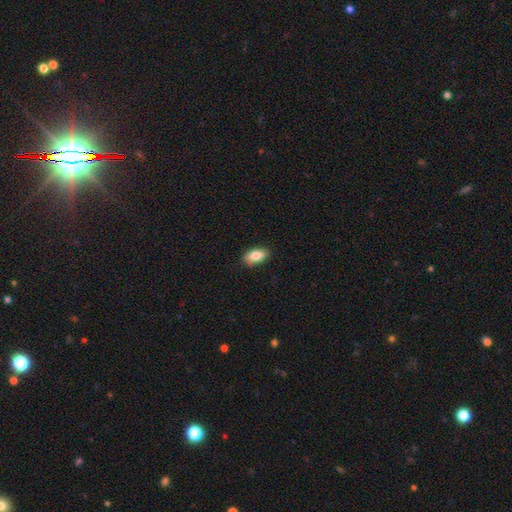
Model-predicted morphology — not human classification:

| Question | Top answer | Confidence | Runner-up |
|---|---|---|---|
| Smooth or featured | smooth | 84% | featured or disk (10%) |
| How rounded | in between | 91% | cigar-shaped (5%) |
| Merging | none | 86% | minor disturbance (11%) |